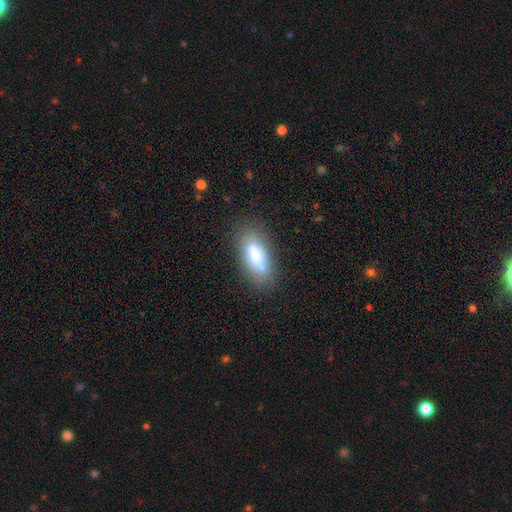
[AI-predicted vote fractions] A smooth galaxy with no disk features (75%) that is in between round and cigar-shaped (77%). Merging: none (73%).